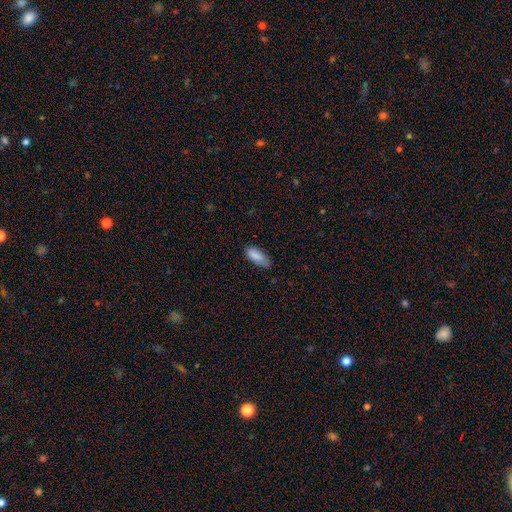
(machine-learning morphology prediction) A smooth galaxy with no disk features (86%) that is in between round and cigar-shaped (79%). Merging: none (60%).